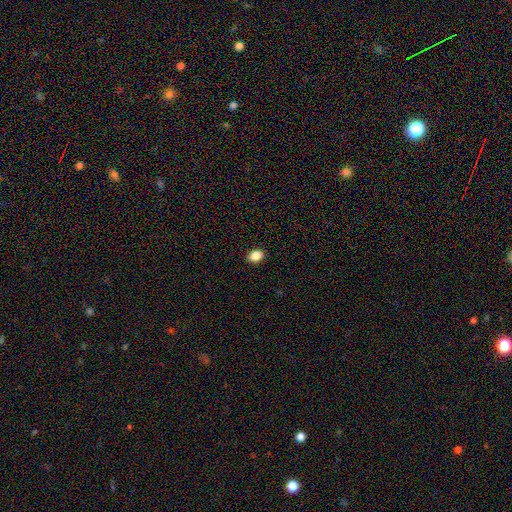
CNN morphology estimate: The model was most divided on "how rounded": in between: 77%, round: 22%, cigar-shaped: 1%. More confident: merging — none (91%); smooth or featured — smooth (87%).